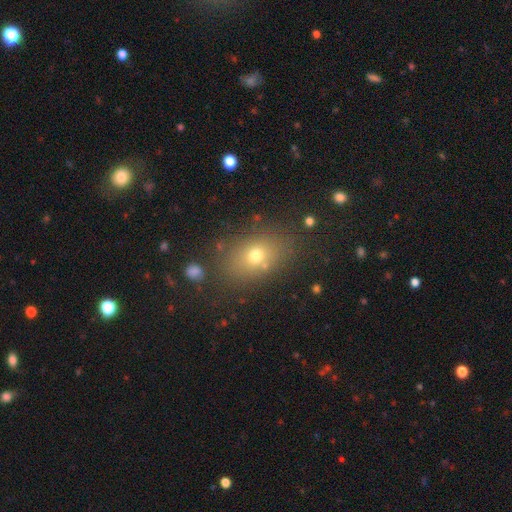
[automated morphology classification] Smooth or featured: smooth — 67% (star or artifact — 17%)
How rounded: in between — 67% (round — 31%)
Merging: none — 77% (minor disturbance — 12%)